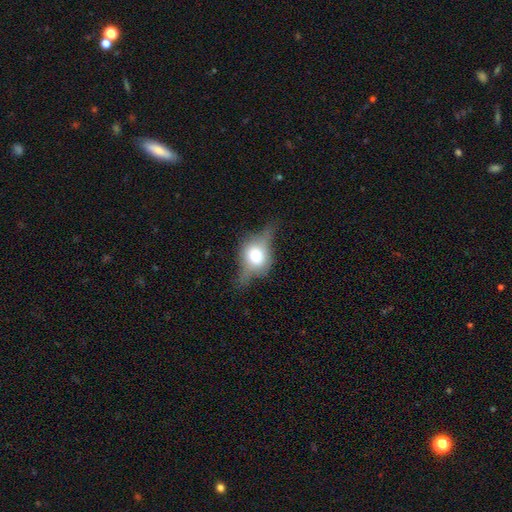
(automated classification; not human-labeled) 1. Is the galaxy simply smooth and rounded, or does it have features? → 54% featured or disk, 37% smooth, 9% star or artifact.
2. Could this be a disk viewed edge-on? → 84% yes, 16% no.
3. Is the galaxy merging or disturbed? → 54% none, 27% minor disturbance, 17% major disturbance, 2% merger.